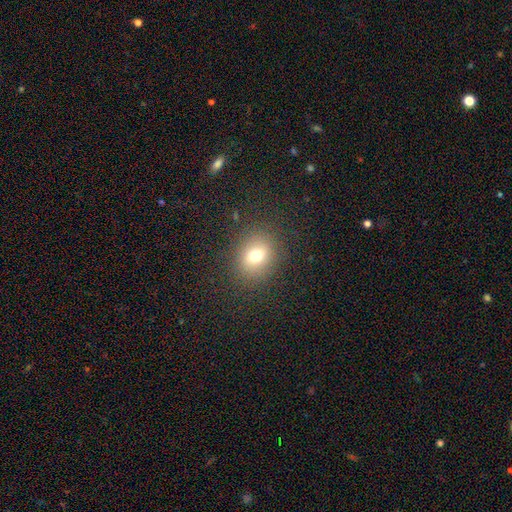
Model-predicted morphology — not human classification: Smooth or featured? Predicted: smooth (p=0.72). How rounded? Predicted: round (p=0.65). Merging? Predicted: none (p=0.85).